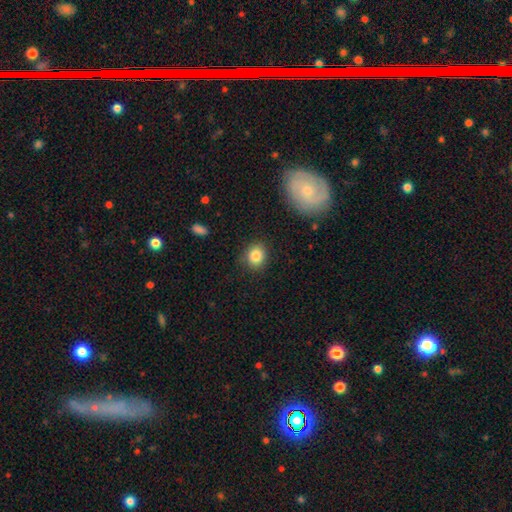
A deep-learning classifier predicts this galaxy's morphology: Overall: smooth (85%). How rounded: round (75%). Merging: none (85%).